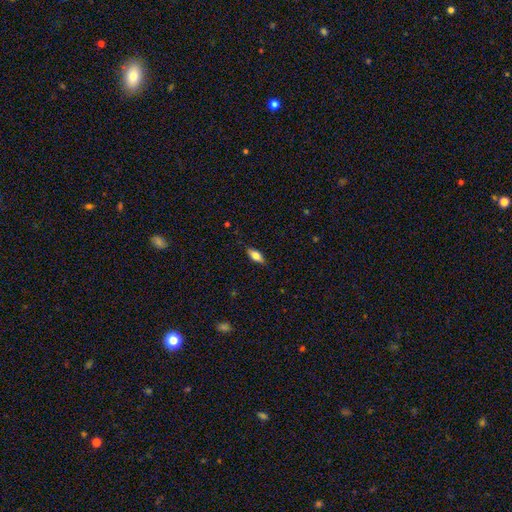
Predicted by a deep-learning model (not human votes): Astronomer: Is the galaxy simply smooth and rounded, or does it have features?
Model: smooth — 73%.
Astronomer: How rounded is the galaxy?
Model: in between — 83%.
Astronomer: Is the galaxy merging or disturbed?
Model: none — 85%.